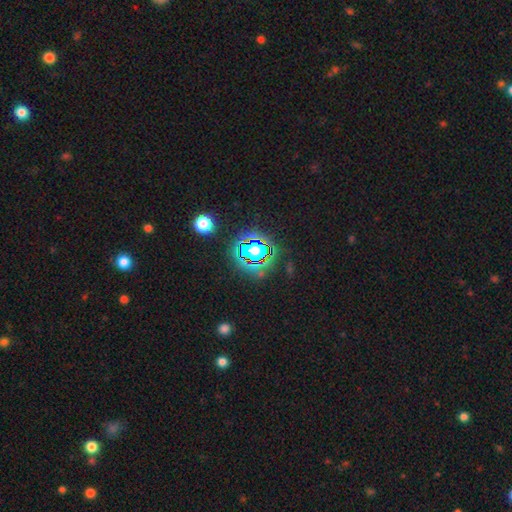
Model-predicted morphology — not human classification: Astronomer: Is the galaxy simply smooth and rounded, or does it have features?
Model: star or artifact — 79%.